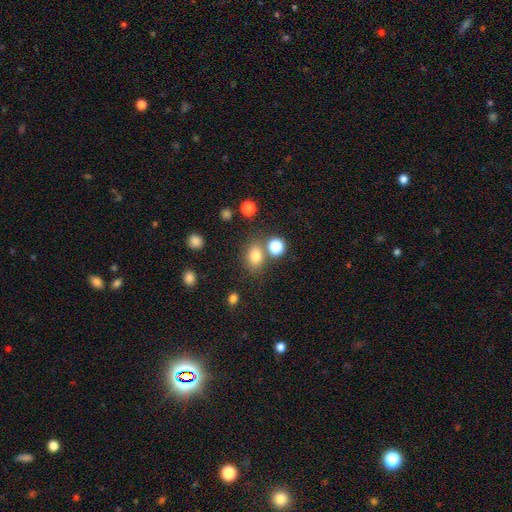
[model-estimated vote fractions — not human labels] Smooth or featured? Predicted: smooth (p=0.77). How rounded? Predicted: in between (p=0.57). Merging? Predicted: none (p=0.69).